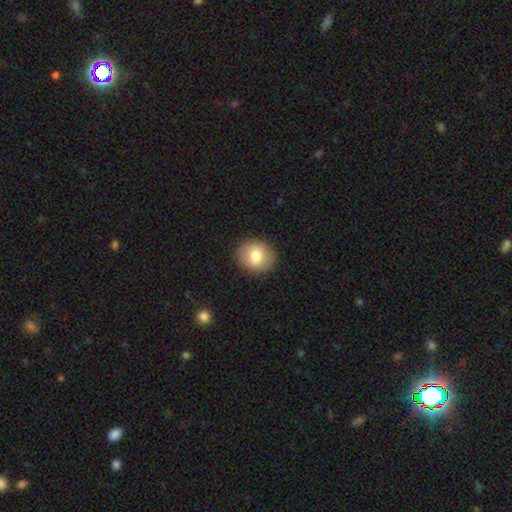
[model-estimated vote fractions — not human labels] This is likely a smooth galaxy (80%). How rounded: likely round (72%). Merging: clearly none (89%).